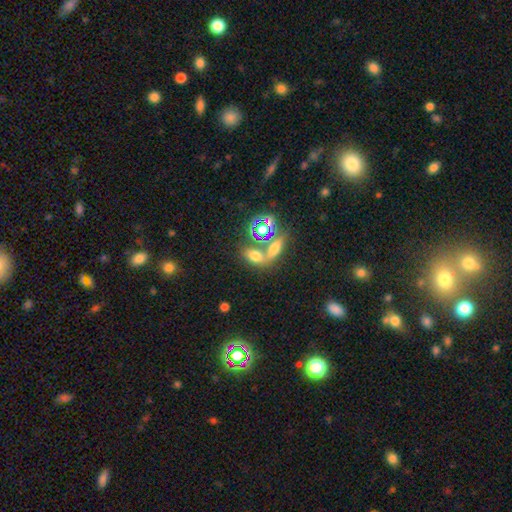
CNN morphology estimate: smooth 62%, star or artifact 24%, featured or disk 14%. Down the decision tree: how rounded — in between (72%); merging — merger (43%).